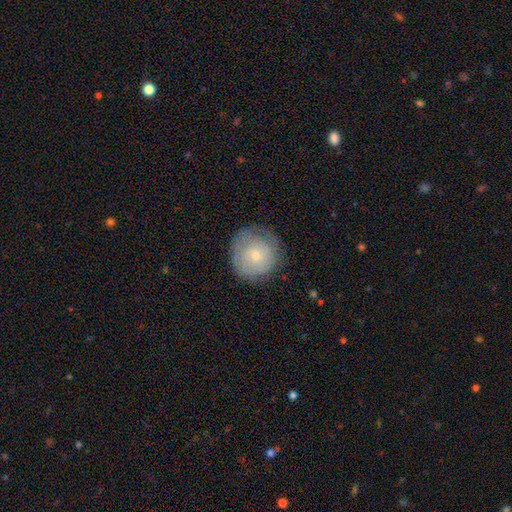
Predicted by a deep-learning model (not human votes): smooth 57%, featured or disk 36%, star or artifact 7%. Down the decision tree: how rounded — round (92%); merging — none (75%).